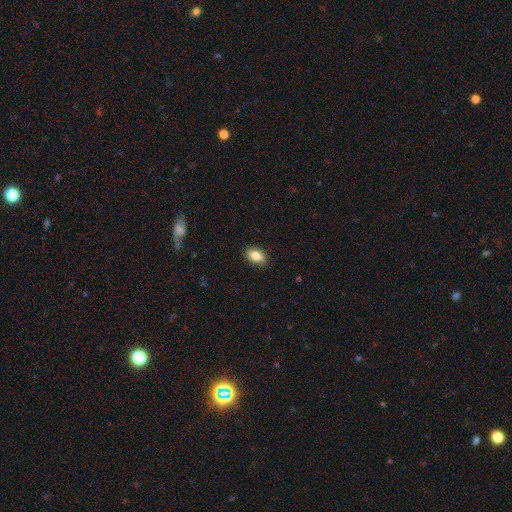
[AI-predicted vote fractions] Smooth or featured? smooth (83%)
How rounded? in between (88%)
Merging? none (89%)